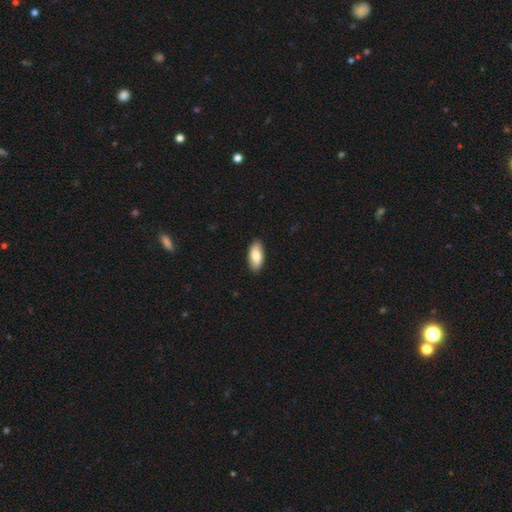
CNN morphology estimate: A smooth galaxy with no disk features (80%) that is in between round and cigar-shaped (90%). Merging: none (89%).